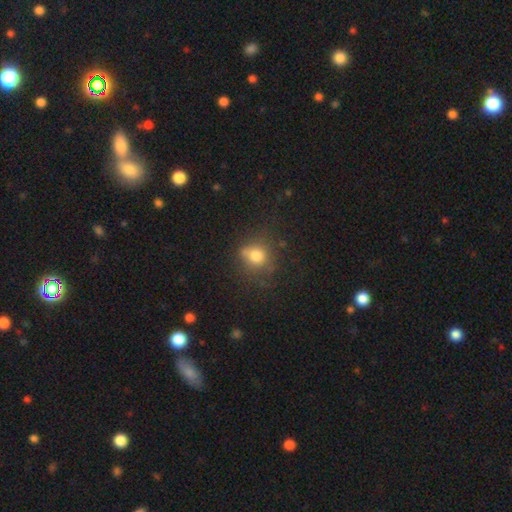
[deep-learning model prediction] Morphology: type=smooth (74%); roundness=round (71%); merging=none (59%).